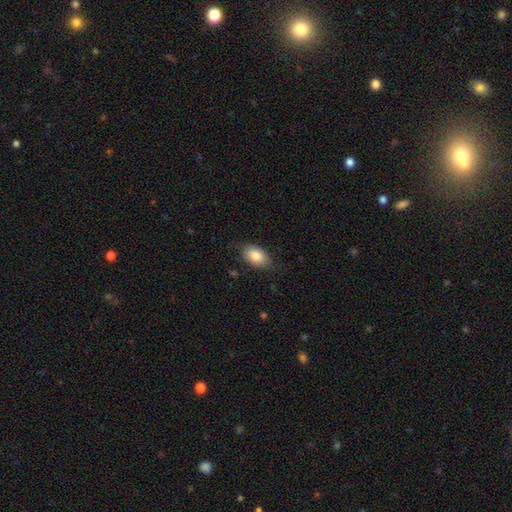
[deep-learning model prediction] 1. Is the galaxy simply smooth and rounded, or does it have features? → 83% smooth, 10% featured or disk, 7% star or artifact.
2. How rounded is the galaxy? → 90% in between, 8% round, 2% cigar-shaped.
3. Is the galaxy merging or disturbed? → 78% none, 17% minor disturbance, 4% major disturbance, 1% merger.